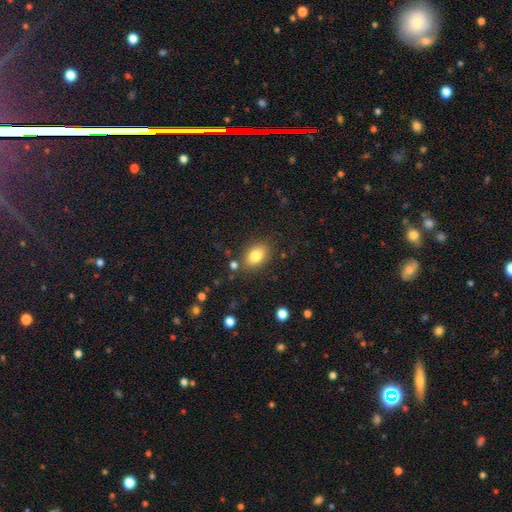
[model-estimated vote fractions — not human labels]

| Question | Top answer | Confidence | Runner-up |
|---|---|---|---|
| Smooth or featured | smooth | 83% | star or artifact (9%) |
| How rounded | in between | 83% | round (15%) |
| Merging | none | 81% | minor disturbance (11%) |